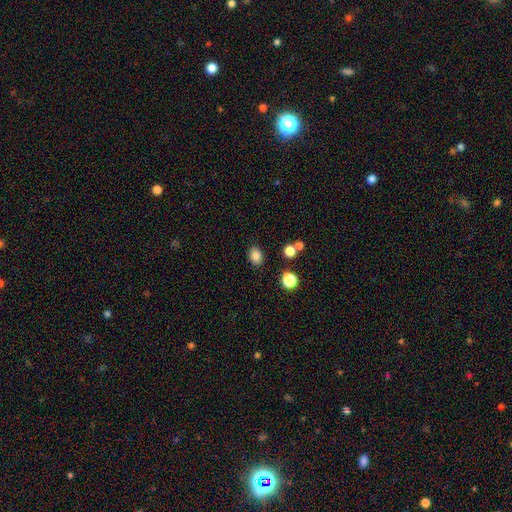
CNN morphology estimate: Smooth or featured: smooth — 83% (star or artifact — 12%)
How rounded: in between — 62% (round — 37%)
Merging: none — 84% (minor disturbance — 9%)